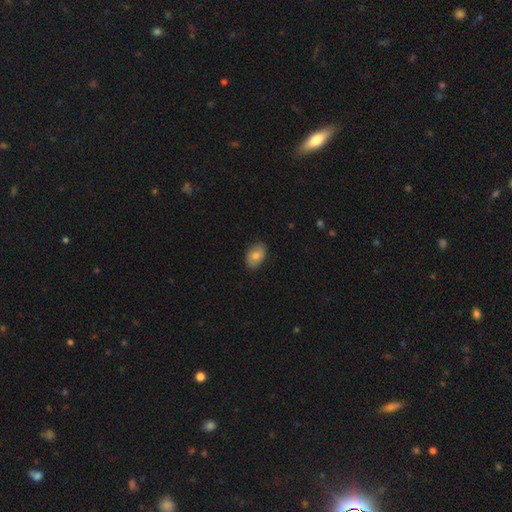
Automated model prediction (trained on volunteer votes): Morphology: type=smooth (75%); roundness=in between (86%); merging=none (84%).